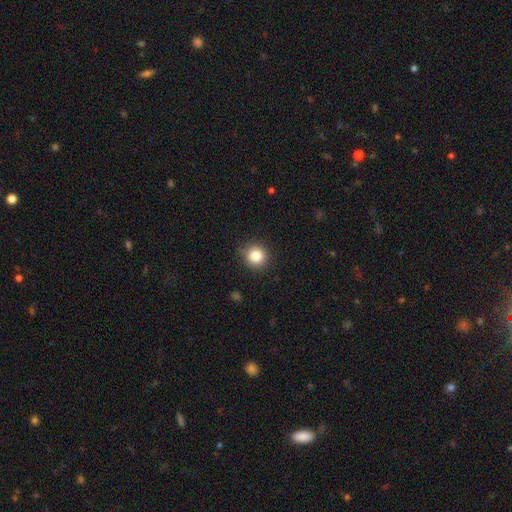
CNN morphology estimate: This is clearly a smooth galaxy (84%). How rounded: clearly round (92%). Merging: clearly none (87%).